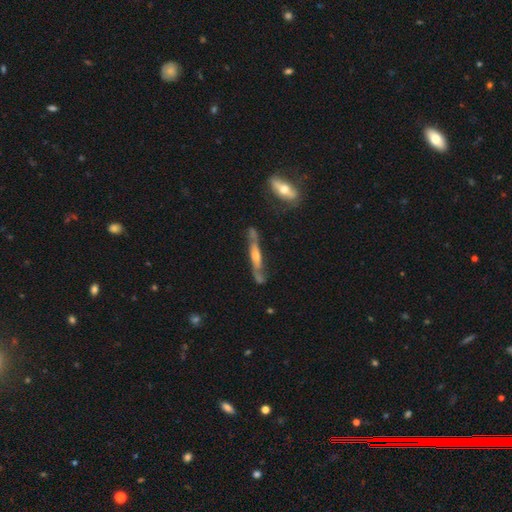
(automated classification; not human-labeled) smooth-or-featured: featured or disk: 70% | smooth: 23% | star or artifact: 6%
  disk-edge-on: yes: 78% | no: 22%
    edge-on-bulge: rounded: 72% | none: 16% | boxy: 12%
  merging: none: 62% | minor disturbance: 21% | merger: 8% | major disturbance: 8%